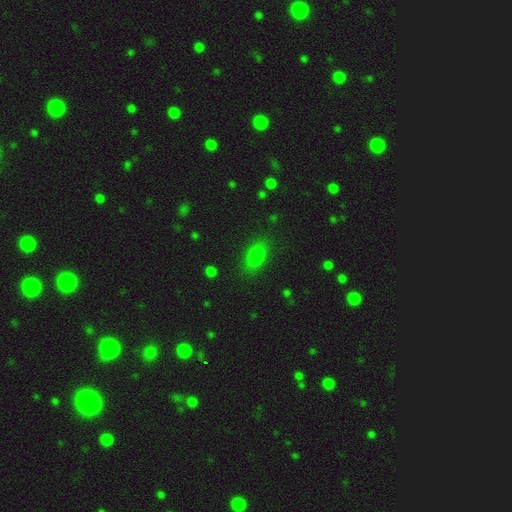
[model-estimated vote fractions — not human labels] A smooth galaxy with no disk features (78%) that is in between round and cigar-shaped (78%). Merging: none (81%).